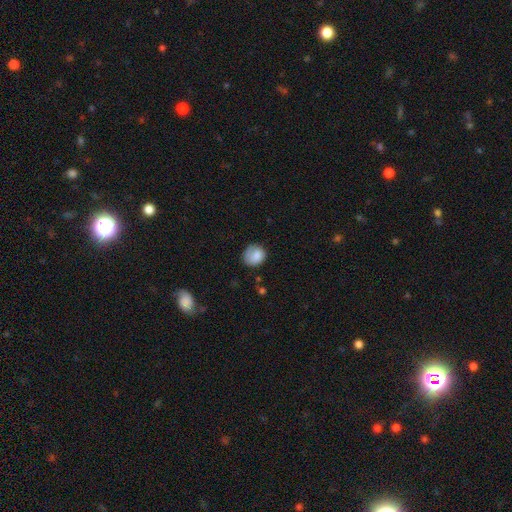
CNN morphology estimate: This is clearly a smooth galaxy (81%). How rounded: likely round (73%). Merging: possibly none (60%).